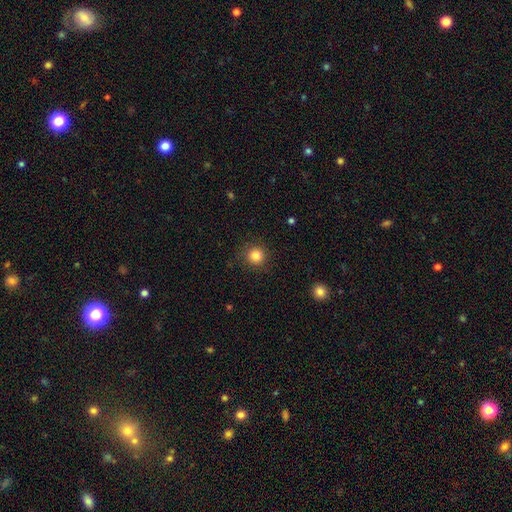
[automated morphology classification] Overall: smooth (84%). How rounded: round (93%). Merging: none (88%).